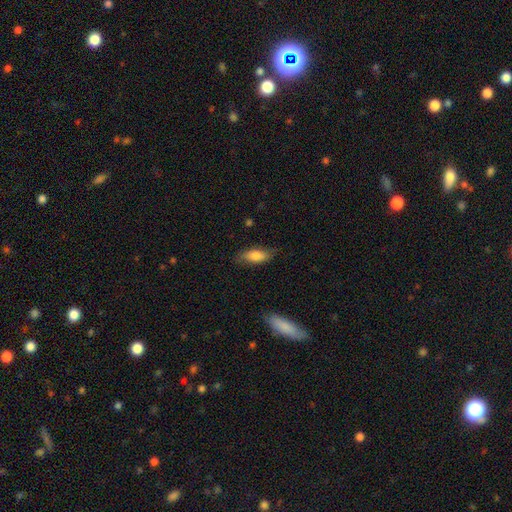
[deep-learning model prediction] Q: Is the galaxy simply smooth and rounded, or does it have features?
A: smooth — 79%.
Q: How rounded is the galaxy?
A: in between — 76%.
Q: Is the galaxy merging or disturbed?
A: none — 76%.